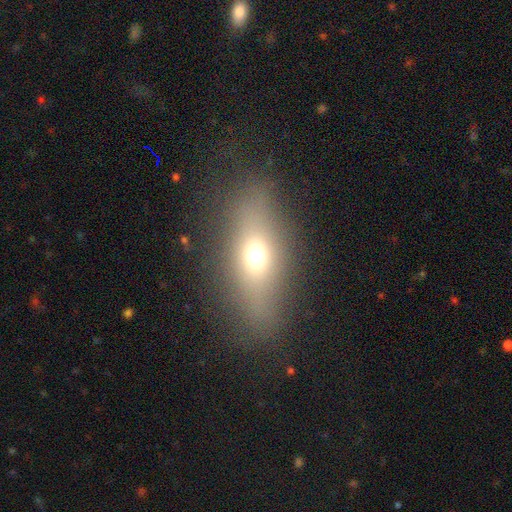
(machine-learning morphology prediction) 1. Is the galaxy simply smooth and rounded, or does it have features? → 59% smooth, 27% featured or disk, 14% star or artifact.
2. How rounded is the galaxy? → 64% in between, 25% cigar-shaped, 12% round.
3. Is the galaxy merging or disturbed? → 78% none, 13% minor disturbance, 8% major disturbance, 2% merger.